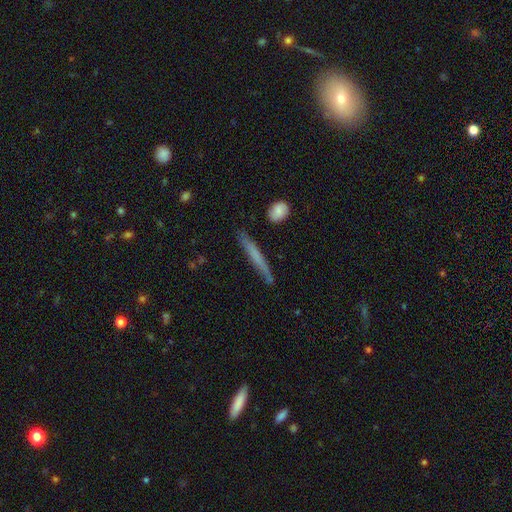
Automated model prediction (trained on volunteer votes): Q: Smooth or featured?
A: smooth (57%); runner-up: featured or disk (37%)
Q: How rounded?
A: cigar-shaped (96%); runner-up: in between (3%)
Q: Merging?
A: none (83%); runner-up: minor disturbance (12%)